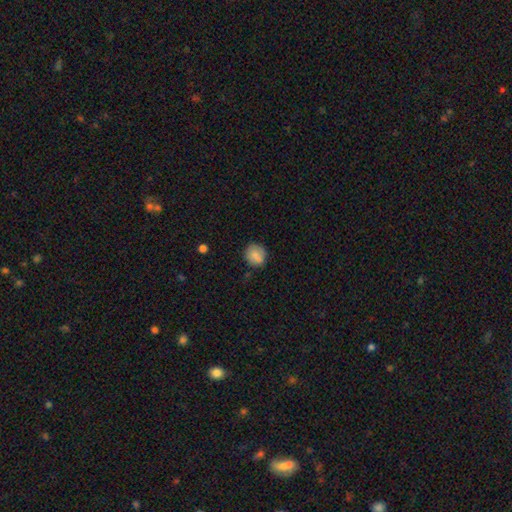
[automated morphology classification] smooth-or-featured: smooth: 81% | featured or disk: 10% | star or artifact: 9%
  how-rounded: round: 82% | in between: 17% | cigar-shaped: 1%
  merging: none: 70% | minor disturbance: 17% | merger: 9% | major disturbance: 4%